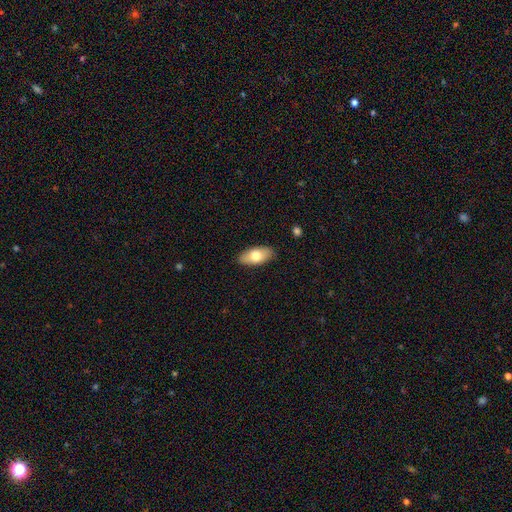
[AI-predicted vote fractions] Q: Smooth or featured?
A: smooth (76%); runner-up: featured or disk (18%)
Q: How rounded?
A: in between (90%); runner-up: cigar-shaped (7%)
Q: Merging?
A: none (87%); runner-up: minor disturbance (10%)